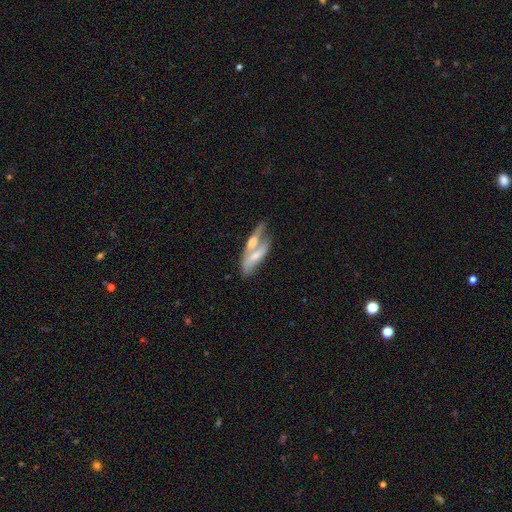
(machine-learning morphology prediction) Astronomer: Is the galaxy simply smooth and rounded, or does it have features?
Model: featured or disk — 50% (runner-up: smooth, 44%).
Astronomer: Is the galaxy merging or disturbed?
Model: merger — 66%.